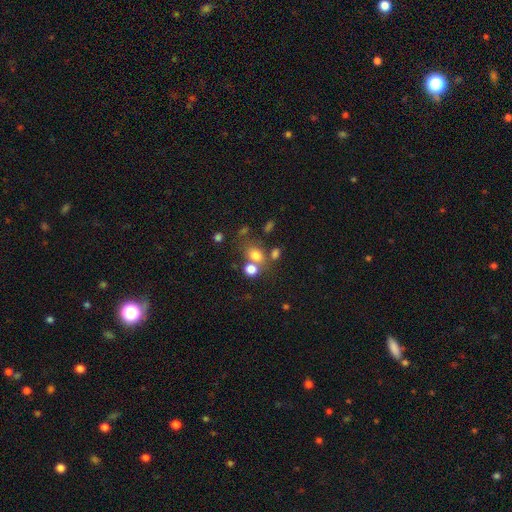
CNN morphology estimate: The model was most divided on "merging": none: 48%, merger: 33%, minor disturbance: 12%, major disturbance: 7%. More confident: smooth or featured — smooth (74%); how rounded — in between (57%).